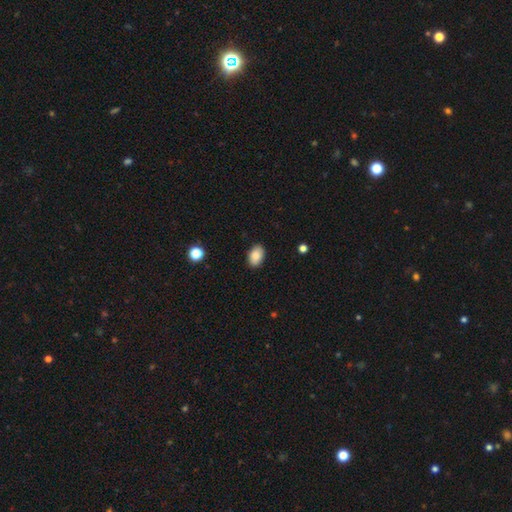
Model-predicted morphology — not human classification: Smooth or featured: smooth — 86% (star or artifact — 8%)
How rounded: in between — 89% (round — 10%)
Merging: none — 89% (minor disturbance — 8%)